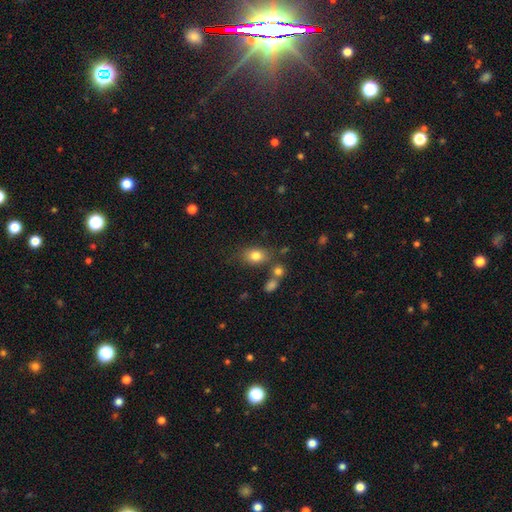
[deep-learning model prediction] The model was most divided on "how rounded": in between: 73%, round: 25%, cigar-shaped: 2%. More confident: smooth or featured — smooth (79%); merging — none (68%).